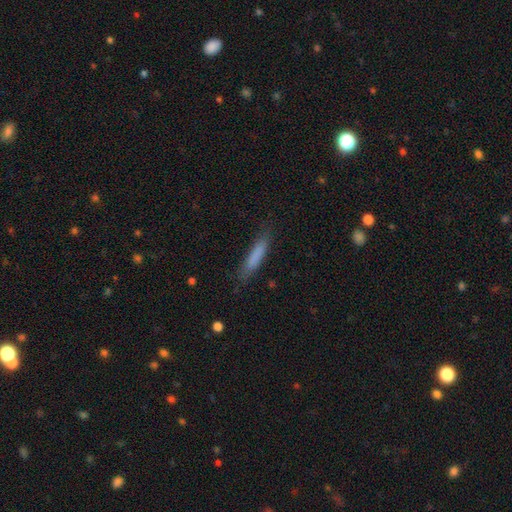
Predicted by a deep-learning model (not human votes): This is likely a smooth galaxy (80%). How rounded: clearly cigar-shaped (86%). Merging: clearly none (80%).